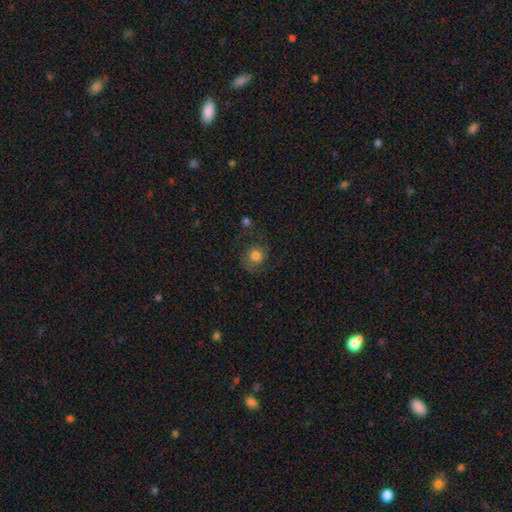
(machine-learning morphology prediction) Overall: smooth (55%; featured or disk 33%). How rounded: round (82%). Merging: none (62%).